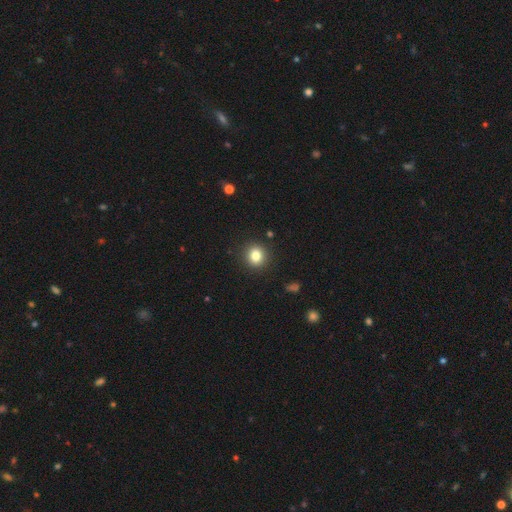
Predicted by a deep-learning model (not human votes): This appears to be a smooth galaxy with no disk features (82%) that is round (86%). Merging: none (90%).